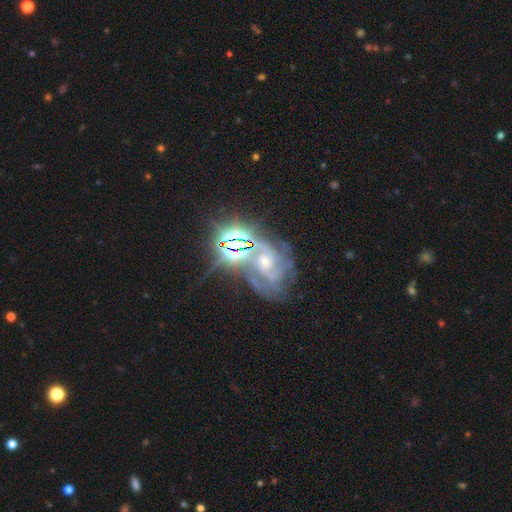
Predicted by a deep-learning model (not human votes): This is likely a featured or disk galaxy (61%). It is clearly not viewed edge-on (96%). Bar: possibly no (59%). Spiral arm pattern: clearly yes (84%). Central bulge: possibly small (59%). Merging: possibly none (49%).